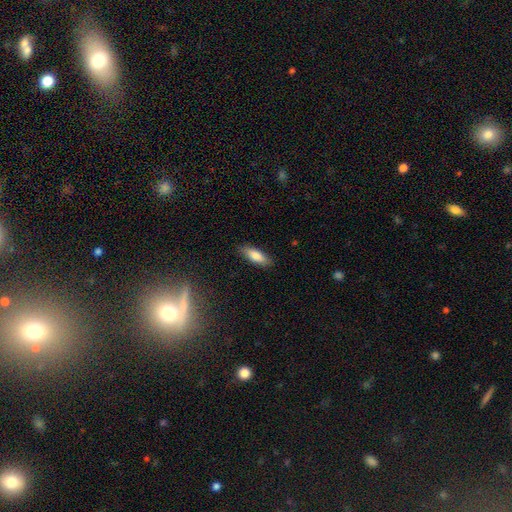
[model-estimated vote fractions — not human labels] A smooth galaxy with no disk features (82%) that is in between round and cigar-shaped (63%). Merging: none (87%).